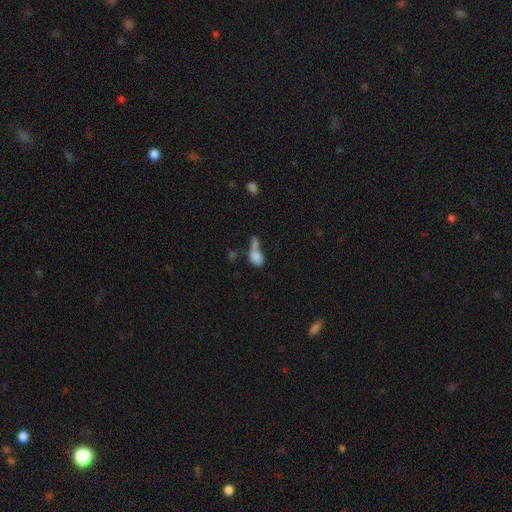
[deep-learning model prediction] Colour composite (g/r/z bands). It shows a smooth galaxy with no disk features (79%) that is in between round and cigar-shaped (75%). Merging: merger (63%).